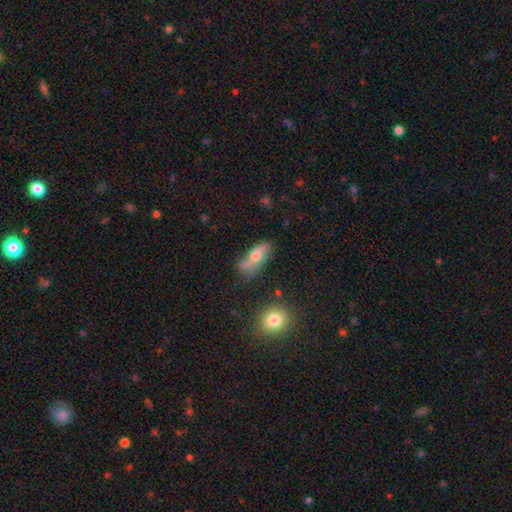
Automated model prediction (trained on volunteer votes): Q: Smooth or featured?
A: smooth (55%); runner-up: featured or disk (36%)
Q: How rounded?
A: in between (71%); runner-up: cigar-shaped (24%)
Q: Merging?
A: none (56%); runner-up: minor disturbance (25%)